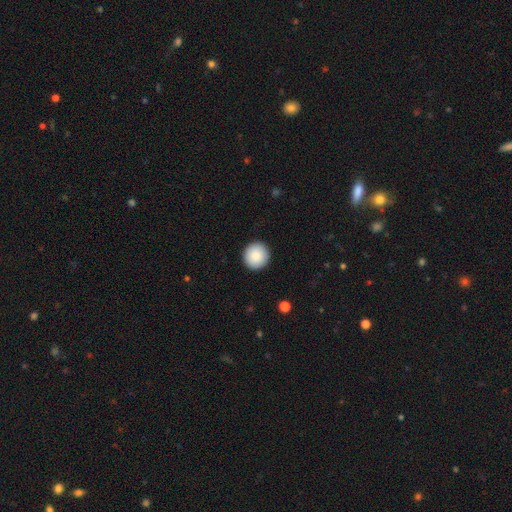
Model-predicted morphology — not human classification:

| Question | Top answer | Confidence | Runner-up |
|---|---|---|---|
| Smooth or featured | smooth | 88% | star or artifact (7%) |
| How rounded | round | 95% | in between (4%) |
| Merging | none | 93% | minor disturbance (5%) |